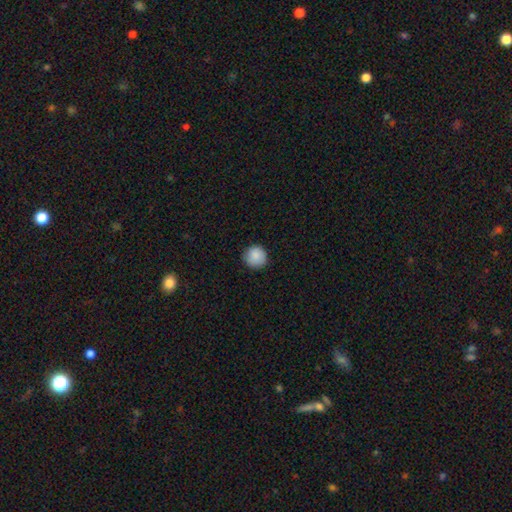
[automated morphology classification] This is clearly a smooth galaxy (88%). How rounded: clearly round (95%). Merging: clearly none (89%).